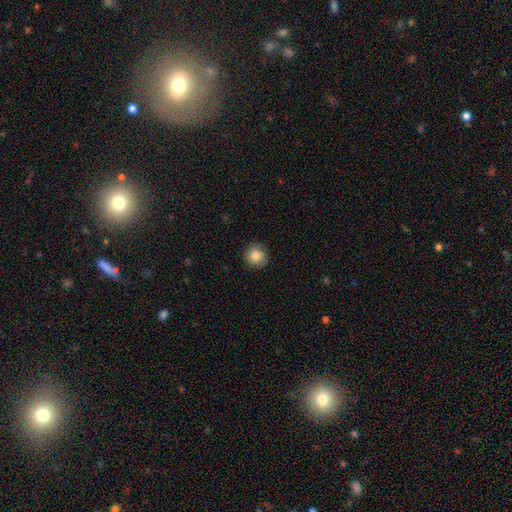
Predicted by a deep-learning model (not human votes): smooth_or_featured: smooth (p=0.86) [alt: star or artifact p=0.09]
how_rounded: round (p=0.93) [alt: in between p=0.06]
merging: none (p=0.88) [alt: minor disturbance p=0.09]